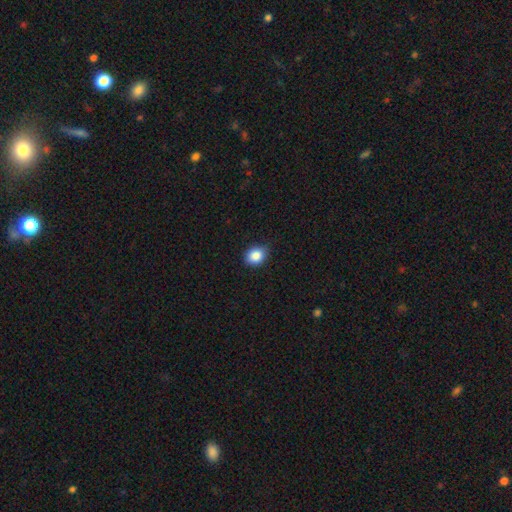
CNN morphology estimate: Smooth or featured? Predicted: smooth (p=0.87). How rounded? Predicted: round (p=0.52). Merging? Predicted: none (p=0.83).